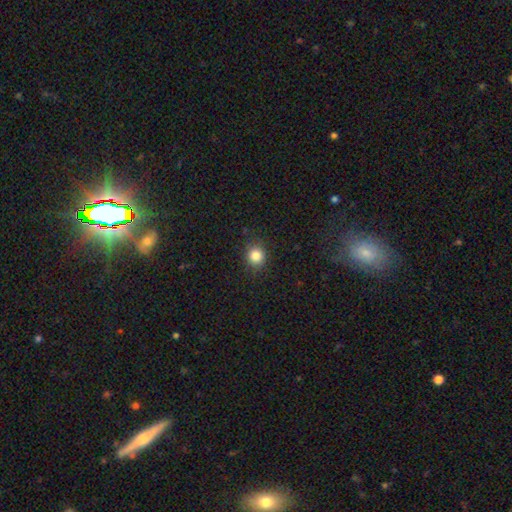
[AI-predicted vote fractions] Smooth or featured?
  - smooth: 84% *
  - star or artifact: 11%
  - featured or disk: 5%
How rounded?
  - round: 81% *
  - in between: 18%
  - cigar-shaped: 1%
Merging?
  - none: 87% *
  - minor disturbance: 9%
  - major disturbance: 3%
  - merger: 1%